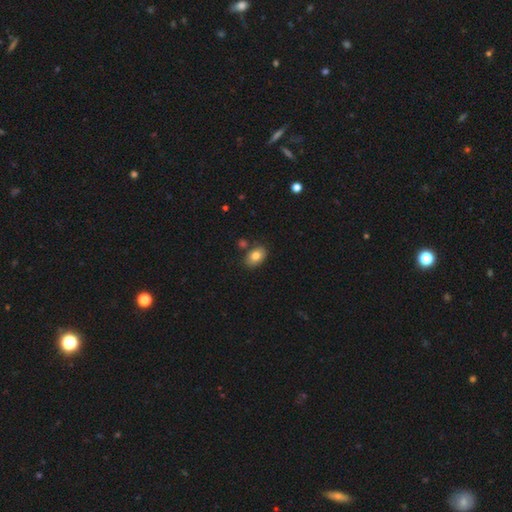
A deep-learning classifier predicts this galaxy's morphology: Smooth or featured: smooth — 81% (featured or disk — 11%)
How rounded: in between — 83% (round — 16%)
Merging: none — 77% (minor disturbance — 13%)